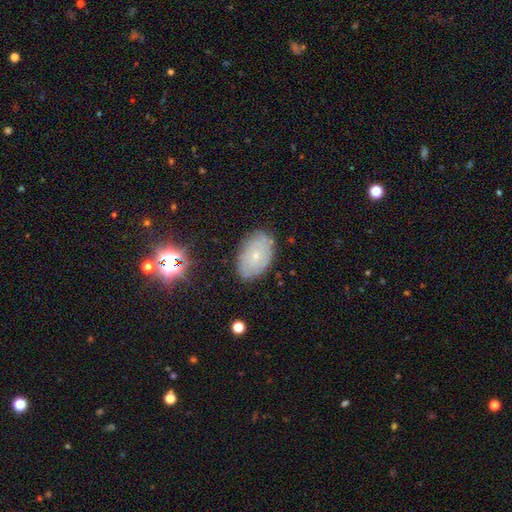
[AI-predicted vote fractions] A featured or disk galaxy (45%). Merging: none (79%).